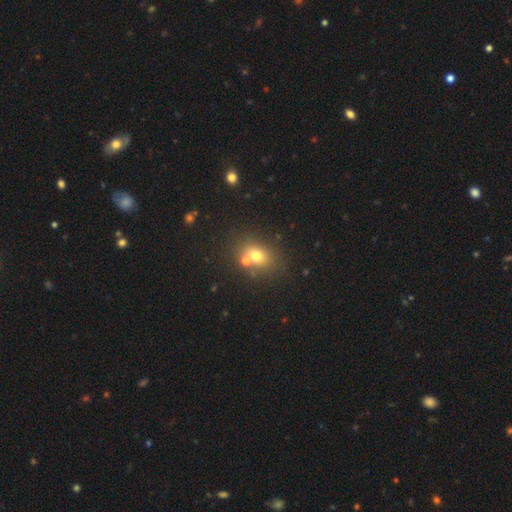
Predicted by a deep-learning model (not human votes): Overall: smooth (68%). How rounded: round (51%; in between 48%). Merging: none (57%; merger 28%).